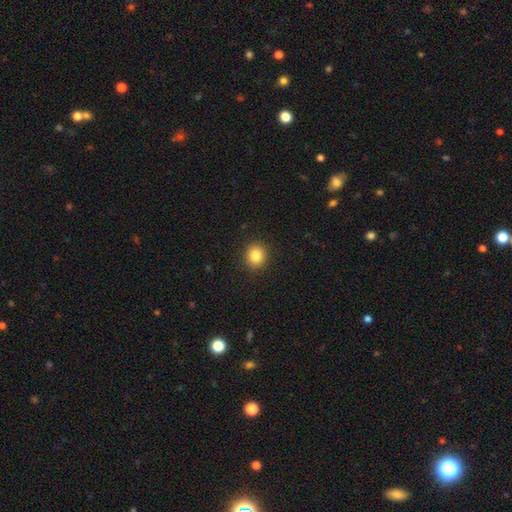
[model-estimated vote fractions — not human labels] A smooth galaxy with no disk features (84%) that is round (87%).

Vote fractions:
- Smooth or featured? smooth: 84% / star or artifact: 10% / featured or disk: 5%
- How rounded? round: 87% / in between: 12% / cigar-shaped: 1%
- Merging? none: 91% / minor disturbance: 6% / major disturbance: 2% / merger: 1%